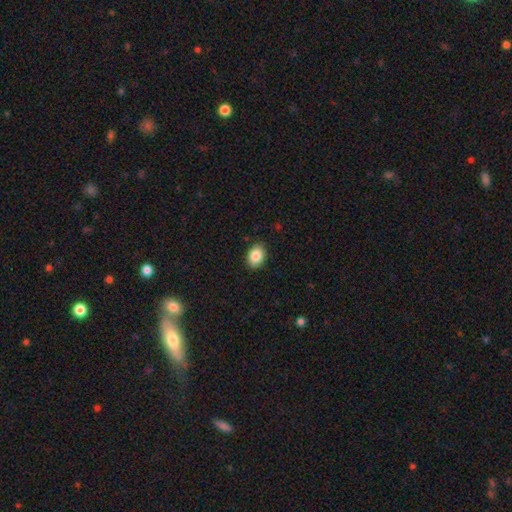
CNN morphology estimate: Q: Smooth or featured?
A: smooth (87%); runner-up: star or artifact (8%)
Q: How rounded?
A: in between (76%); runner-up: round (23%)
Q: Merging?
A: none (88%); runner-up: minor disturbance (9%)